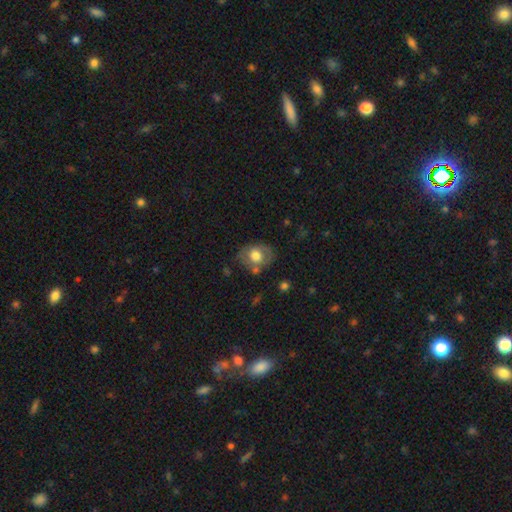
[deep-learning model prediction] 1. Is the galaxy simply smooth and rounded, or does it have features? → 59% smooth, 33% featured or disk, 7% star or artifact.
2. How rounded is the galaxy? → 51% round, 48% in between, 1% cigar-shaped.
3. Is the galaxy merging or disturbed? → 66% none, 21% minor disturbance, 7% major disturbance, 6% merger.